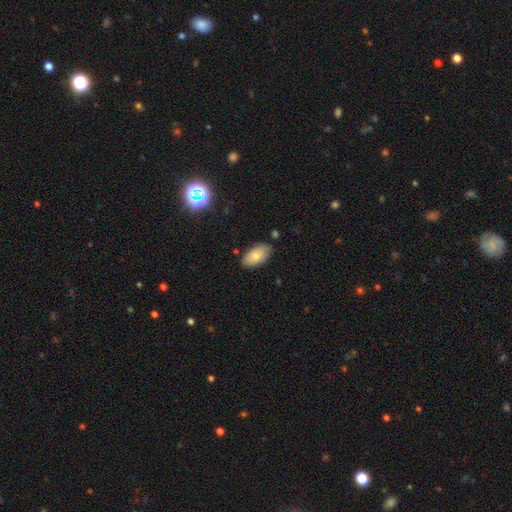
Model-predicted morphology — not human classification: Smooth or featured?
  - smooth: 76% *
  - featured or disk: 16%
  - star or artifact: 8%
How rounded?
  - in between: 94% *
  - round: 3%
  - cigar-shaped: 2%
Merging?
  - none: 78% *
  - minor disturbance: 17%
  - major disturbance: 3%
  - merger: 2%